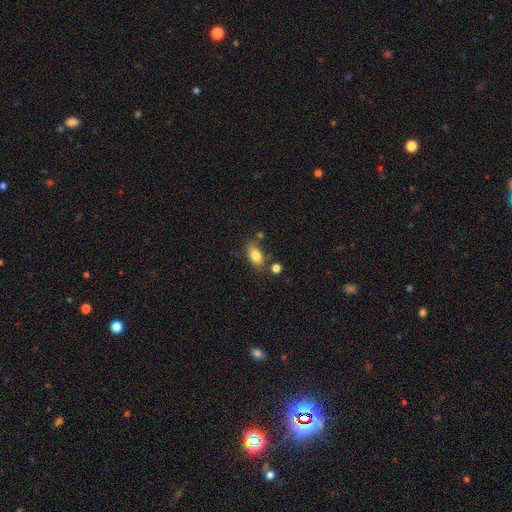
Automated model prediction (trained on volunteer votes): smooth-or-featured: smooth: 80% | featured or disk: 11% | star or artifact: 9%
  how-rounded: in between: 87% | round: 7% | cigar-shaped: 6%
  merging: none: 72% | minor disturbance: 15% | merger: 9% | major disturbance: 4%